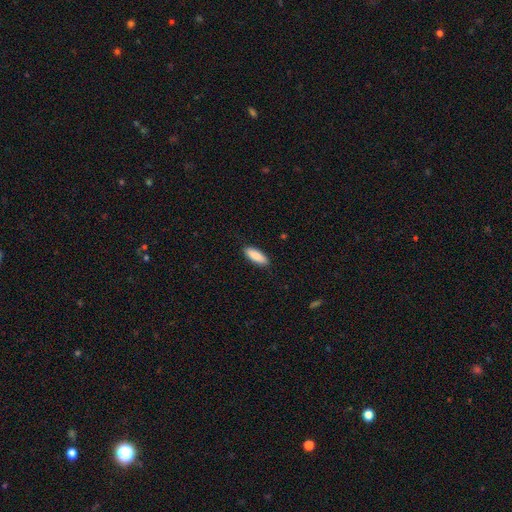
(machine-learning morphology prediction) A smooth galaxy with no disk features (87%) that is in between round and cigar-shaped (68%).

Vote fractions:
- Smooth or featured? smooth: 87% / featured or disk: 8% / star or artifact: 5%
- How rounded? in between: 68% / cigar-shaped: 30% / round: 2%
- Merging? none: 89% / minor disturbance: 9% / major disturbance: 2% / merger: 1%